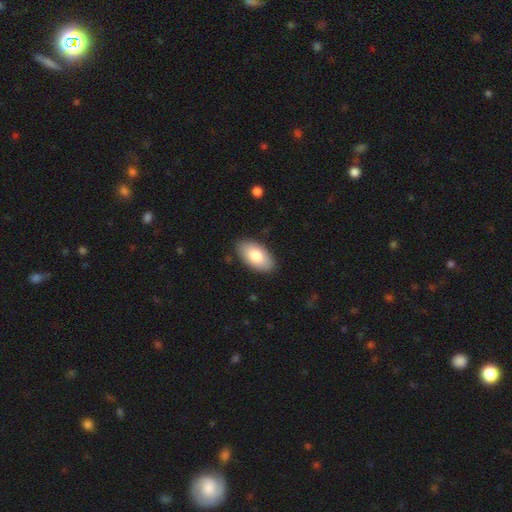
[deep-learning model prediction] This is clearly a smooth galaxy (82%). How rounded: clearly in between (95%). Merging: clearly none (87%).